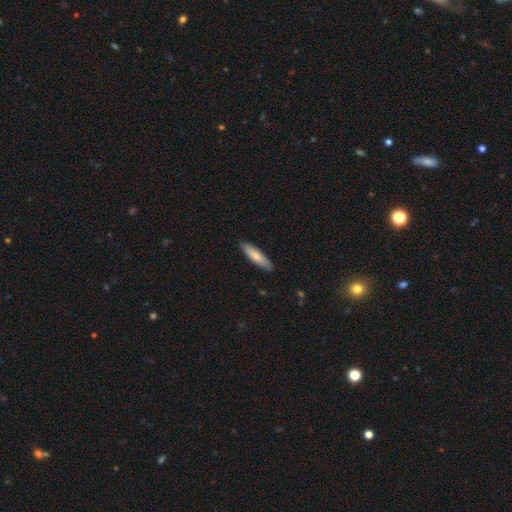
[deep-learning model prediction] Smooth or featured?
  - smooth: 76% *
  - featured or disk: 18%
  - star or artifact: 5%
How rounded?
  - cigar-shaped: 70% *
  - in between: 29%
  - round: 1%
Merging?
  - none: 89% *
  - minor disturbance: 9%
  - major disturbance: 2%
  - merger: 1%